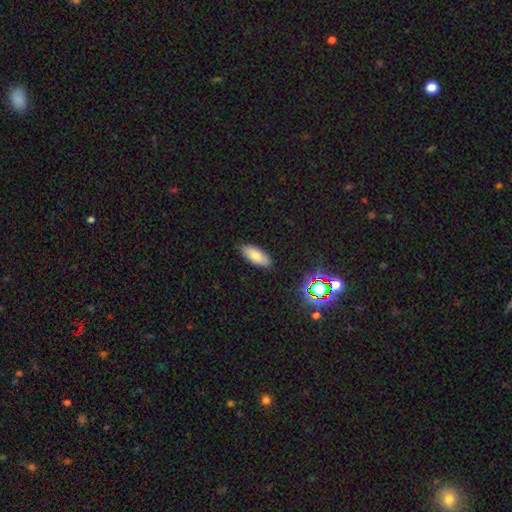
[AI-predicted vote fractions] Smooth or featured? Predicted: smooth (p=0.79). How rounded? Predicted: in between (p=0.85). Merging? Predicted: none (p=0.86).